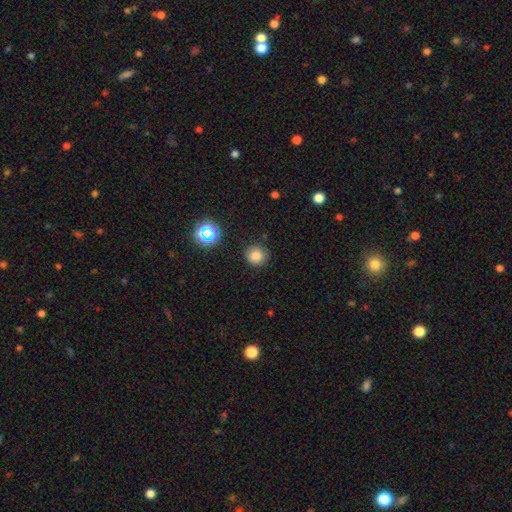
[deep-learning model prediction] This appears to be a smooth galaxy with no disk features (79%) that is round (92%). Merging: none (86%).